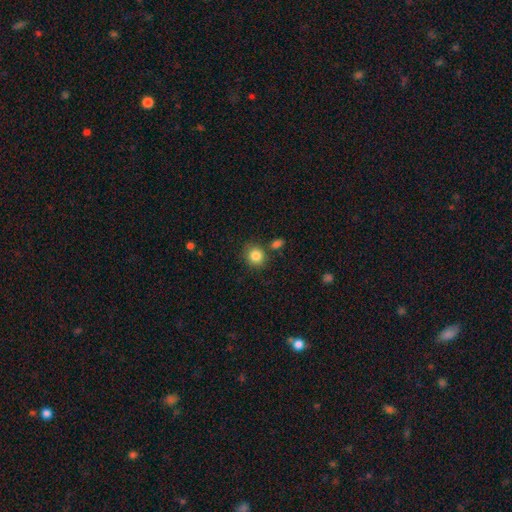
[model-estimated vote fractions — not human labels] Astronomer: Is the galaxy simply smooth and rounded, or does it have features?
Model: smooth — 85%.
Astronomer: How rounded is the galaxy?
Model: round — 82%.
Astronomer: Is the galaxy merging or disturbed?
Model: none — 77%.